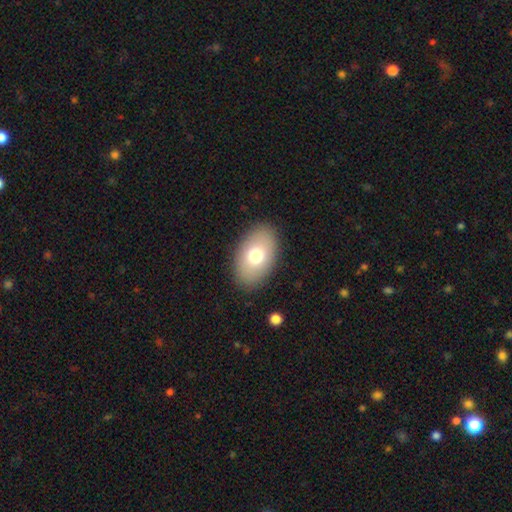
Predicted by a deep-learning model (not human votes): smooth 74%, featured or disk 18%, star or artifact 8%. Down the decision tree: how rounded — in between (91%); merging — none (88%).